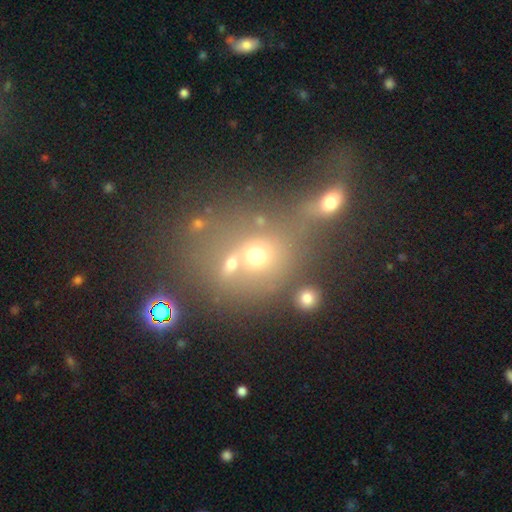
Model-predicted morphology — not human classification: The model was most divided on "smooth or featured": smooth: 49%, star or artifact: 31%, featured or disk: 20%. More confident: merging — merger (55%).